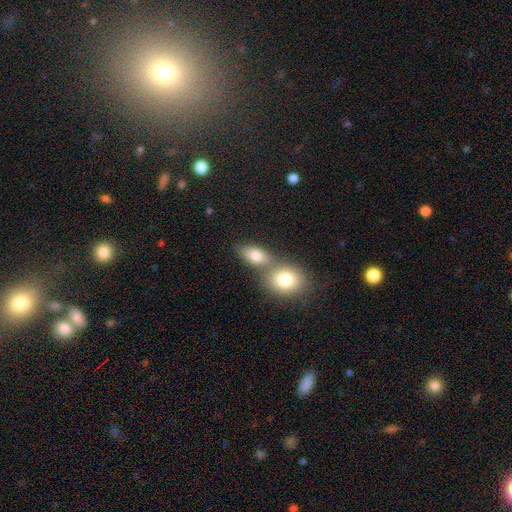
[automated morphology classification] type=smooth (80%); roundness=in between (76%); merging=merger (48%).